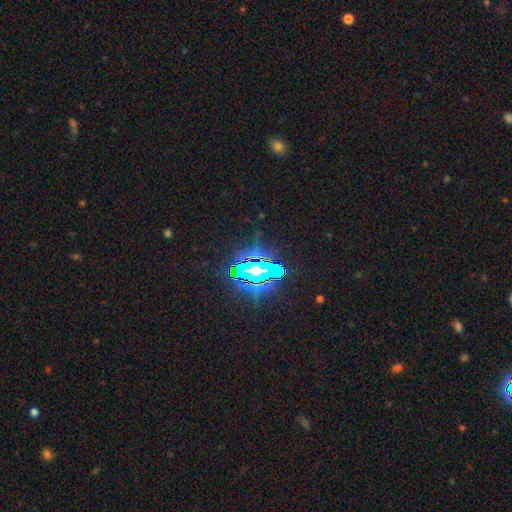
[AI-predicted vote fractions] Overall: star or artifact (82%).